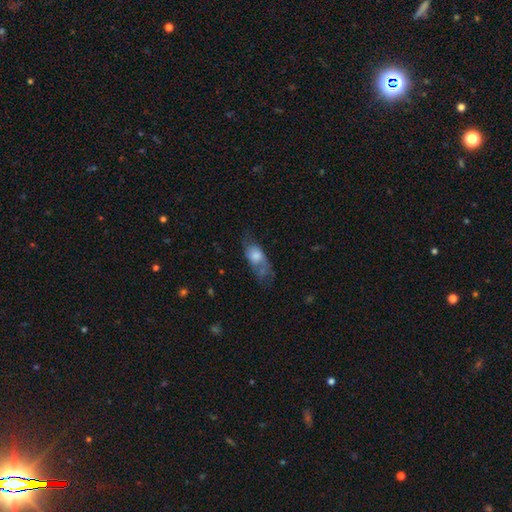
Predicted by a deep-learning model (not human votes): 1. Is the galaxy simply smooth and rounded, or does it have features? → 60% smooth, 32% featured or disk, 8% star or artifact.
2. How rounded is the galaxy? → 72% in between, 20% cigar-shaped, 8% round.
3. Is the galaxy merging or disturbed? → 43% none, 30% minor disturbance, 22% major disturbance, 5% merger.